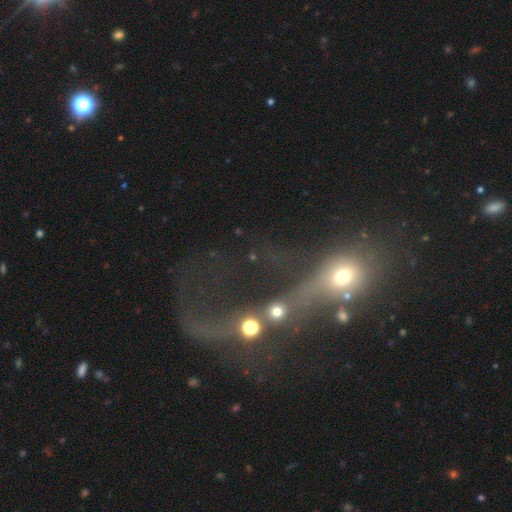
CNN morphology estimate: A featured or disk galaxy (38%).

Vote fractions:
- Smooth or featured? featured or disk: 38% / smooth: 34% / star or artifact: 28%
- Merging? merger: 54% / major disturbance: 30% / none: 10% / minor disturbance: 6%